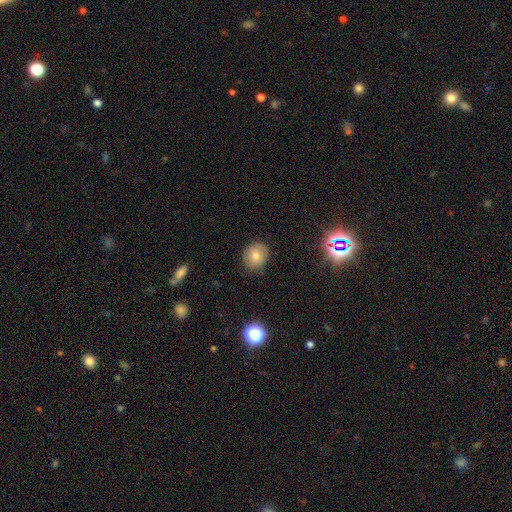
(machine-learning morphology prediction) This appears to be a smooth galaxy with no disk features (72%) that is round (69%). Merging: none (84%).